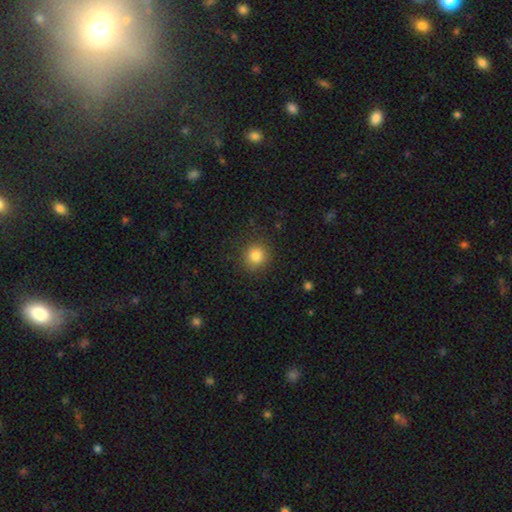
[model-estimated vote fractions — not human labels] Smooth or featured?
  - smooth: 84% *
  - star or artifact: 11%
  - featured or disk: 5%
How rounded?
  - round: 89% *
  - in between: 10%
  - cigar-shaped: 1%
Merging?
  - none: 87% *
  - minor disturbance: 8%
  - major disturbance: 3%
  - merger: 1%